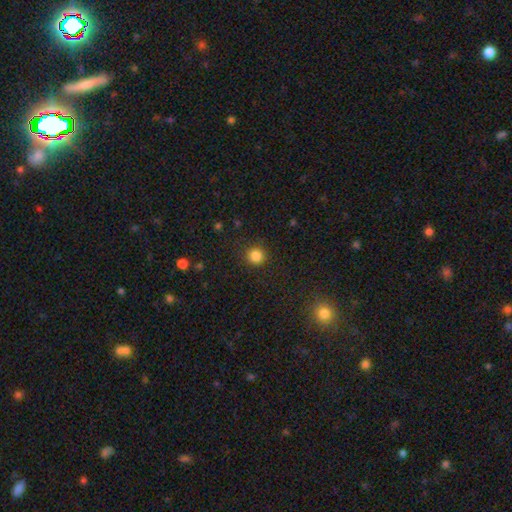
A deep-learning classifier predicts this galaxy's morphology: smooth-or-featured: smooth: 85% | star or artifact: 12% | featured or disk: 3%
  how-rounded: round: 91% | in between: 8% | cigar-shaped: 1%
  merging: none: 89% | minor disturbance: 7% | major disturbance: 3% | merger: 1%